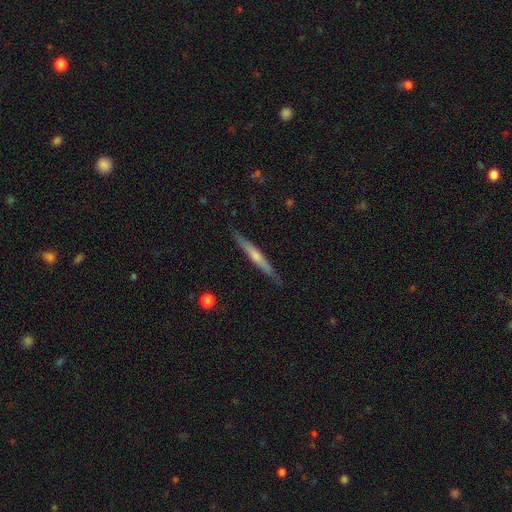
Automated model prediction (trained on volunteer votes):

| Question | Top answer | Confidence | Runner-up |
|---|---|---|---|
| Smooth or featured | featured or disk | 57% | smooth (38%) |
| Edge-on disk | yes | 96% | no (4%) |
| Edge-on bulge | rounded | 50% | none (43%) |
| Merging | none | 87% | minor disturbance (10%) |